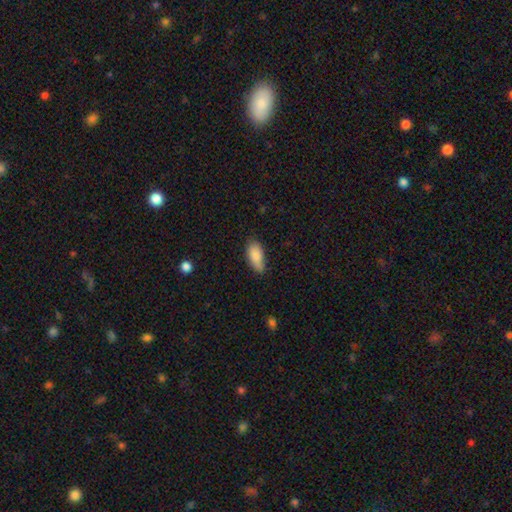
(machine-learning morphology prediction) Smooth or featured? smooth (85%)
How rounded? in between (88%)
Merging? none (69%)